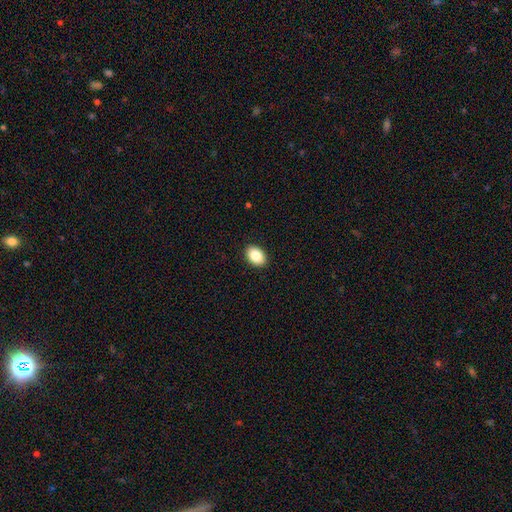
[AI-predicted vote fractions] smooth-or-featured: smooth: 86% | star or artifact: 8% | featured or disk: 6%
  how-rounded: in between: 84% | round: 15% | cigar-shaped: 1%
  merging: none: 91% | minor disturbance: 7% | major disturbance: 2% | merger: 1%